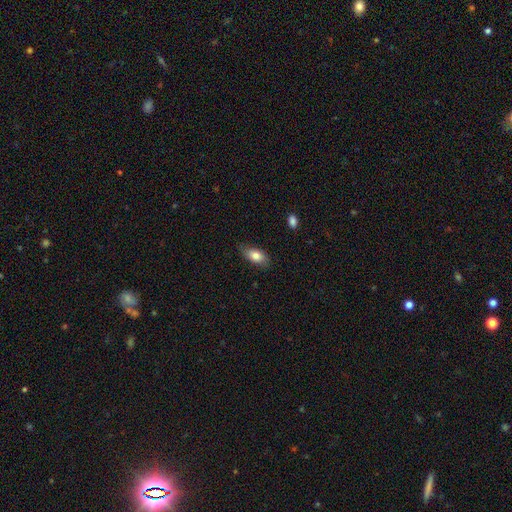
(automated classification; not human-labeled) Smooth or featured? smooth (80%)
How rounded? in between (89%)
Merging? none (76%)